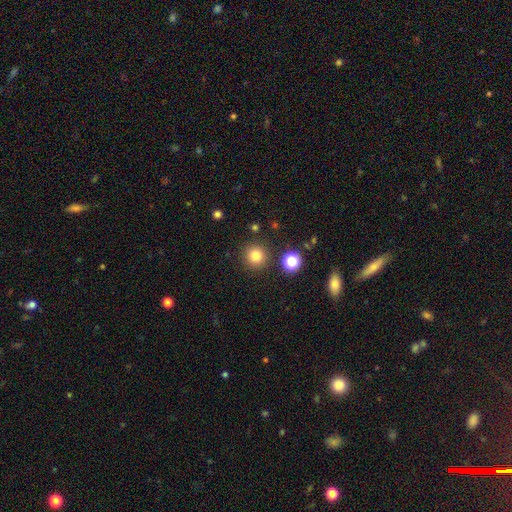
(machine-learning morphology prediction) The model was most divided on "smooth or featured": smooth: 79%, star or artifact: 14%, featured or disk: 6%. More confident: how rounded — round (95%); merging — none (88%).